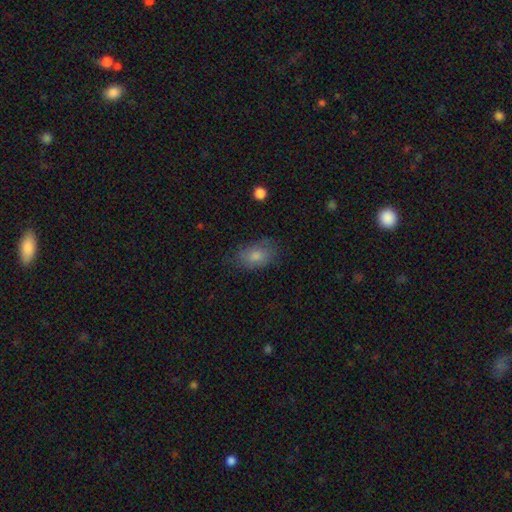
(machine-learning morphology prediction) Smooth or featured? smooth (69%)
How rounded? in between (84%)
Merging? none (74%)